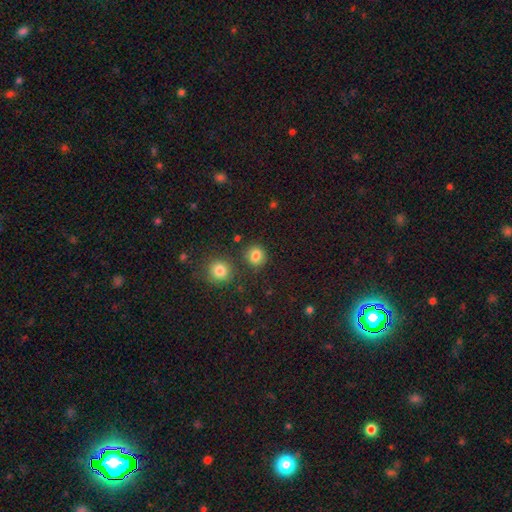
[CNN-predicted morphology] type=smooth (83%); roundness=round (85%); merging=none (83%).